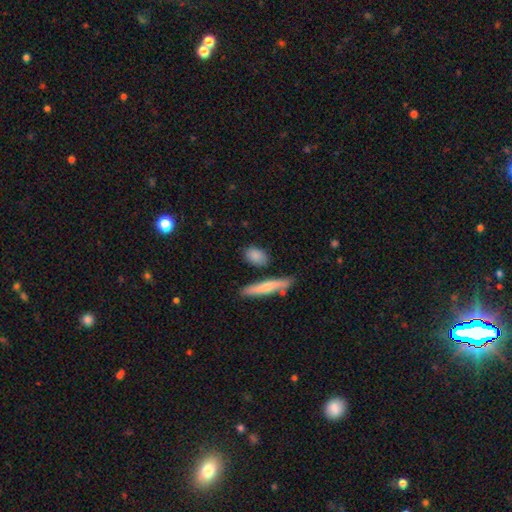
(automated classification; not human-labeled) smooth 81%, featured or disk 12%, star or artifact 6%. Down the decision tree: how rounded — in between (67%); merging — none (76%).